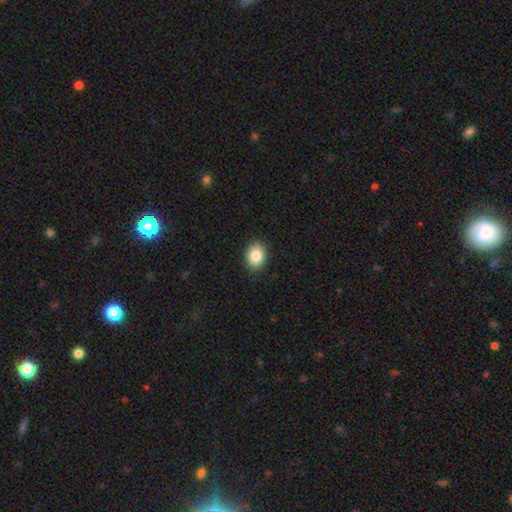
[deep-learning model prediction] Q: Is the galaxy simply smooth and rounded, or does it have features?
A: smooth — 85%.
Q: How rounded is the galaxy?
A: in between — 64%.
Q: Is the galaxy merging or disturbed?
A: none — 88%.